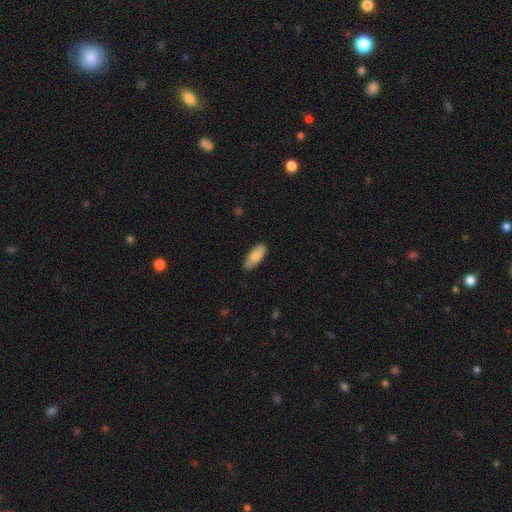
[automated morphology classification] smooth 81%, featured or disk 14%, star or artifact 6%. Down the decision tree: how rounded — in between (81%); merging — none (85%).